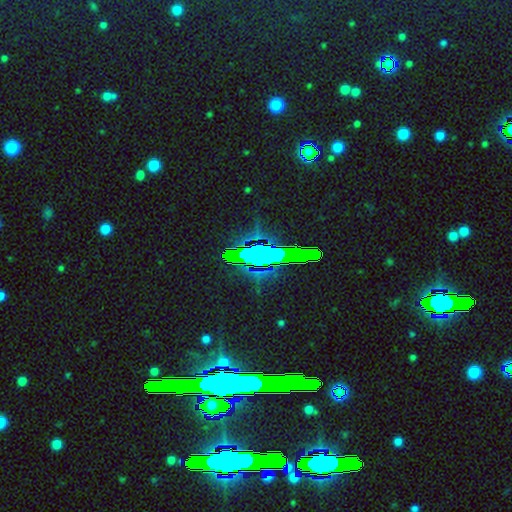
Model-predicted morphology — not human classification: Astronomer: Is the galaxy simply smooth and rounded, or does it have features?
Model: star or artifact — 75%.